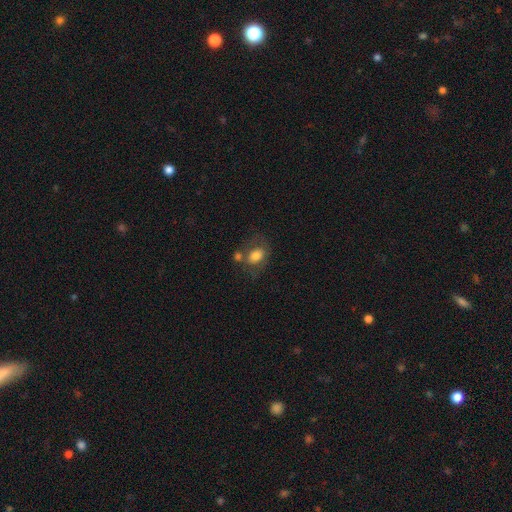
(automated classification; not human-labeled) smooth_or_featured: smooth (p=0.73) [alt: featured or disk p=0.18]
how_rounded: in between (p=0.69) [alt: round p=0.30]
merging: none (p=0.47) [alt: merger p=0.25]